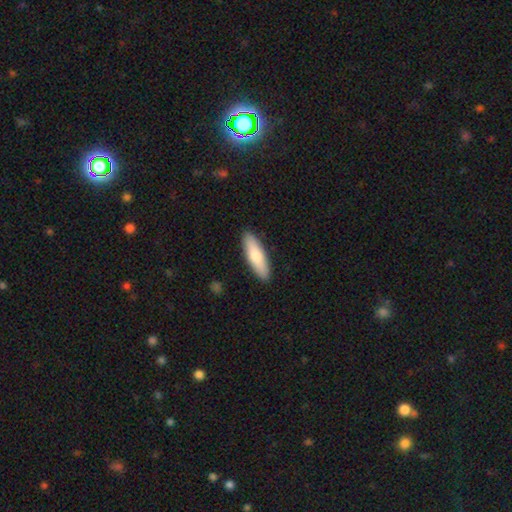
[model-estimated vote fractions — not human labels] Smooth or featured: smooth — 77% (featured or disk — 18%)
How rounded: cigar-shaped — 58% (in between — 41%)
Merging: none — 90% (minor disturbance — 7%)